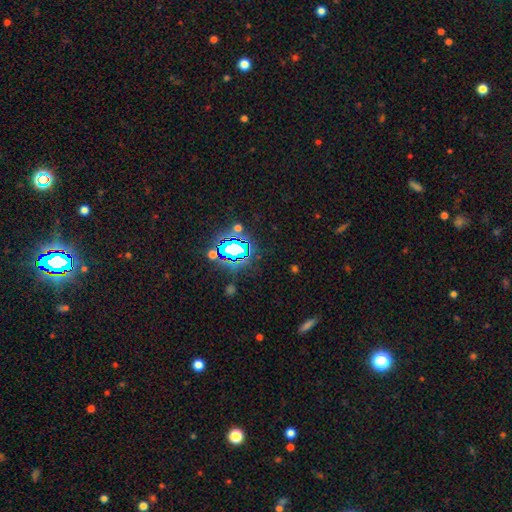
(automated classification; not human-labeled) This appears to be a star or artifact, not a galaxy (77%).